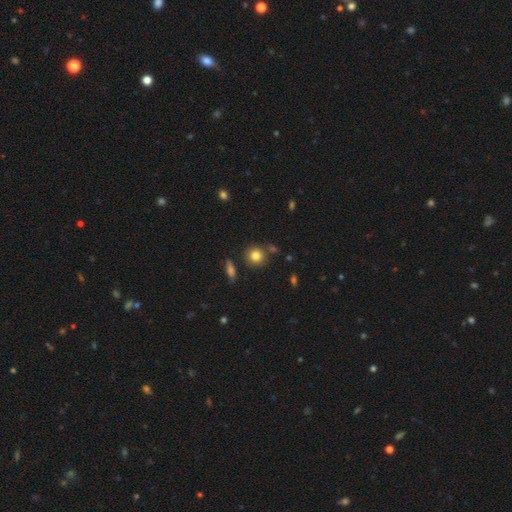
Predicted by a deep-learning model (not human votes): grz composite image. It shows a smooth galaxy with no disk features (82%) that is round (88%). Merging: none (78%).